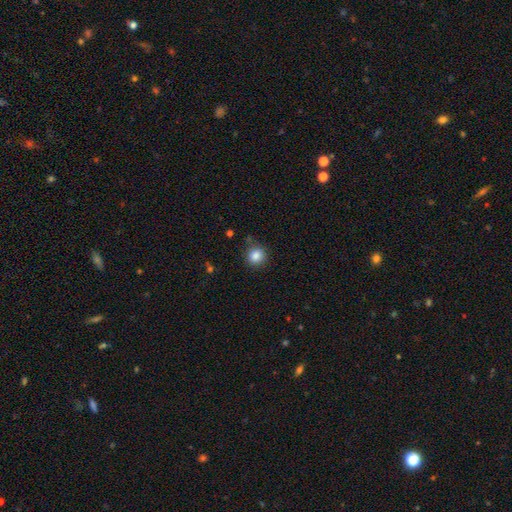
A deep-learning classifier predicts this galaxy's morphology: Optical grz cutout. It shows a smooth galaxy with no disk features (86%) that is round (91%). Merging: none (84%).